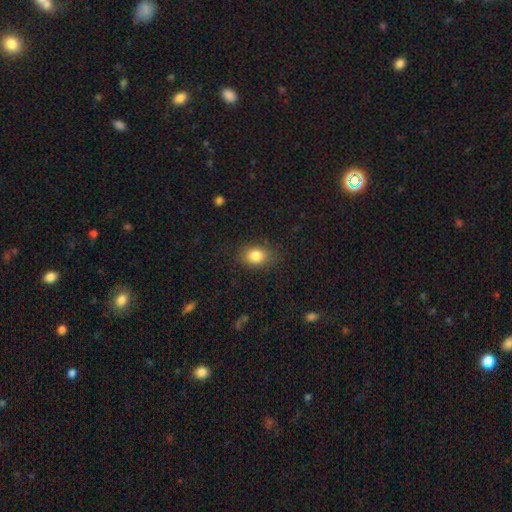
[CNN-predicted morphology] Smooth or featured? Predicted: smooth (p=0.84). How rounded? Predicted: in between (p=0.67). Merging? Predicted: none (p=0.81).